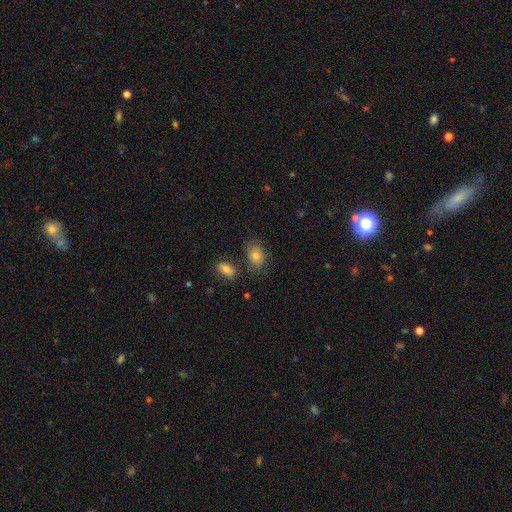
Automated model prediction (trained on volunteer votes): A smooth galaxy with no disk features (76%) that is in between round and cigar-shaped (79%). Merging: none (66%).